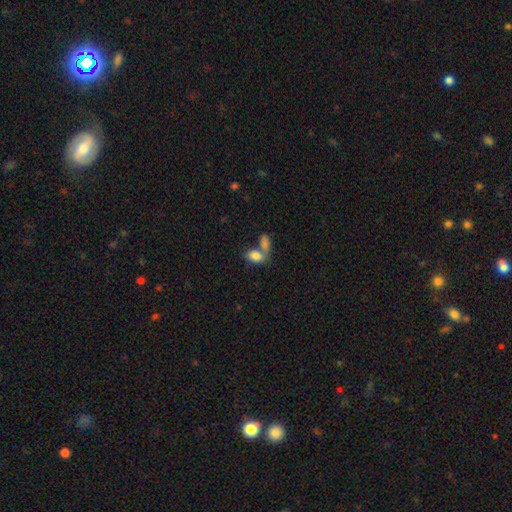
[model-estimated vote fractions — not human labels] Smooth or featured: smooth — 83% (featured or disk — 9%)
How rounded: in between — 89% (round — 9%)
Merging: merger — 55% (none — 32%)